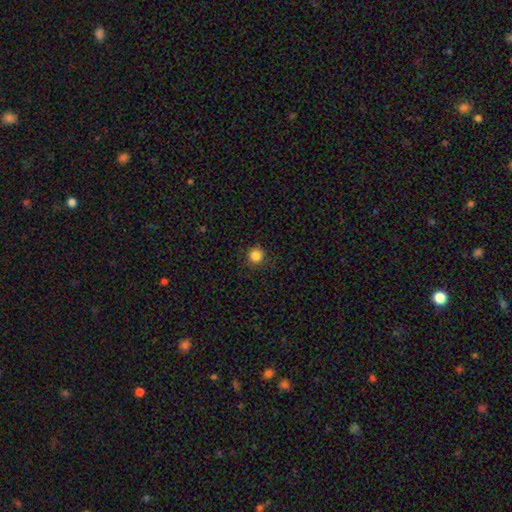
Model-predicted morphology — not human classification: A smooth galaxy with no disk features (84%) that is round (95%). Merging: none (90%).